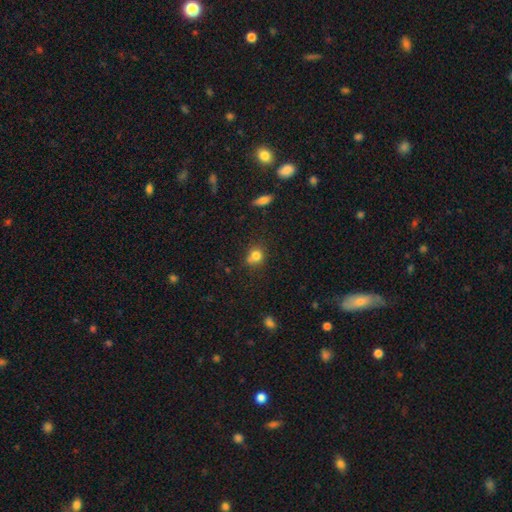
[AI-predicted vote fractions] Morphology: type=smooth (79%); roundness=round (75%); merging=none (60%).